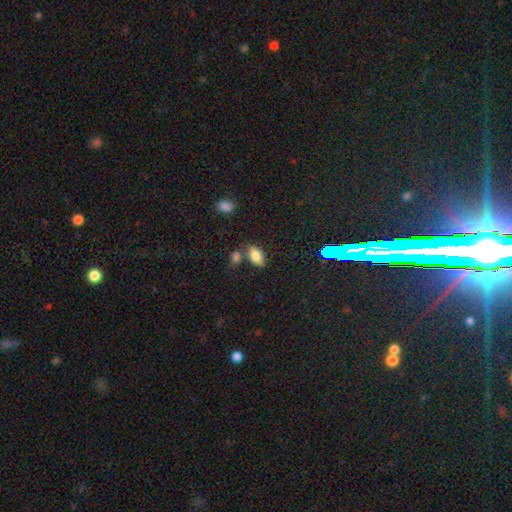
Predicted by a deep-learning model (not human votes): Overall: smooth (79%). How rounded: in between (91%). Merging: none (65%).